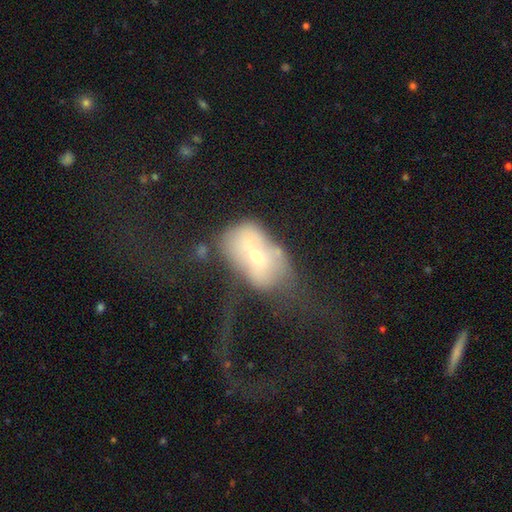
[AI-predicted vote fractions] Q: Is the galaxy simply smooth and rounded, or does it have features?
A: smooth — 54%.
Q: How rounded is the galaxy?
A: in between — 79%.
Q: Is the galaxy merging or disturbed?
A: major disturbance — 53%.